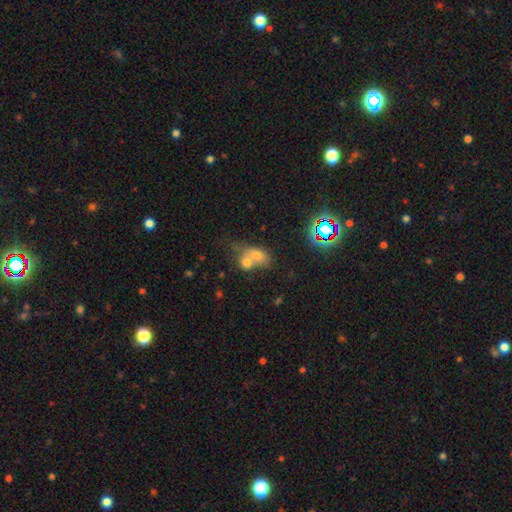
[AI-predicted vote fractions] A smooth galaxy with no disk features (60%) that is in between round and cigar-shaped (54%).

Vote fractions:
- Smooth or featured? smooth: 60% / featured or disk: 21% / star or artifact: 19%
- How rounded? in between: 54% / round: 44% / cigar-shaped: 2%
- Merging? merger: 67% / none: 22% / minor disturbance: 7% / major disturbance: 5%